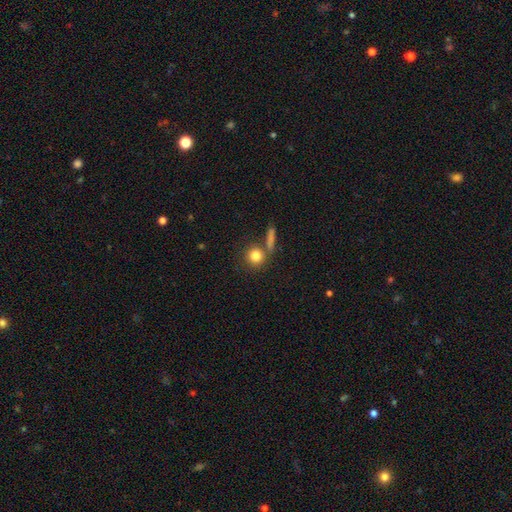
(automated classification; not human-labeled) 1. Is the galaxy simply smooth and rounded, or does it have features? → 82% smooth, 10% star or artifact, 9% featured or disk.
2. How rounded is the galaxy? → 89% round, 9% in between, 2% cigar-shaped.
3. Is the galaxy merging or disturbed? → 69% none, 16% merger, 10% minor disturbance, 4% major disturbance.